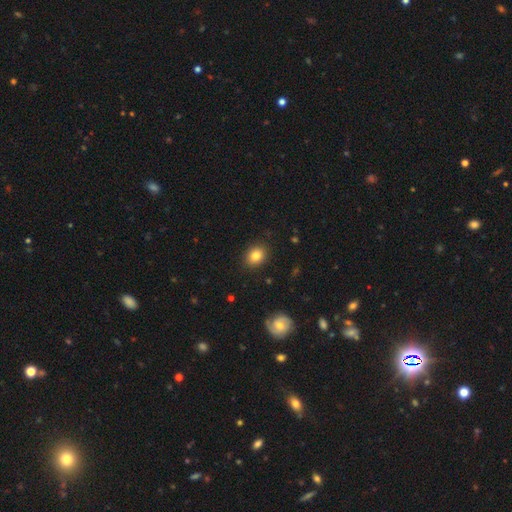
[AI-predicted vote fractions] The model was most divided on "how rounded": round: 58%, in between: 41%, cigar-shaped: 1%. More confident: merging — none (89%); smooth or featured — smooth (82%).